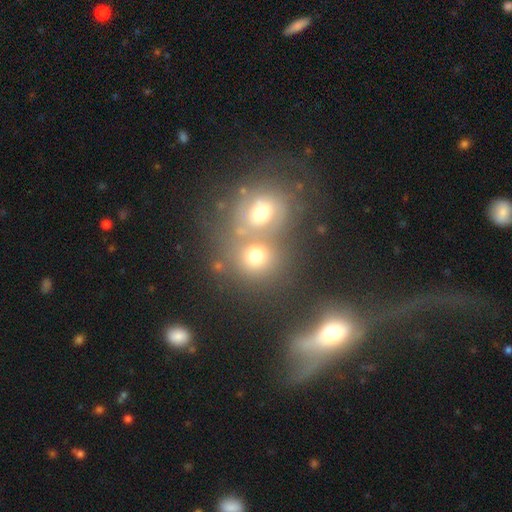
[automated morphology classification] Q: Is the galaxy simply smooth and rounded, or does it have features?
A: smooth — 69%.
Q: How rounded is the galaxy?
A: round — 75%.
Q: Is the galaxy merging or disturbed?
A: merger — 56%.